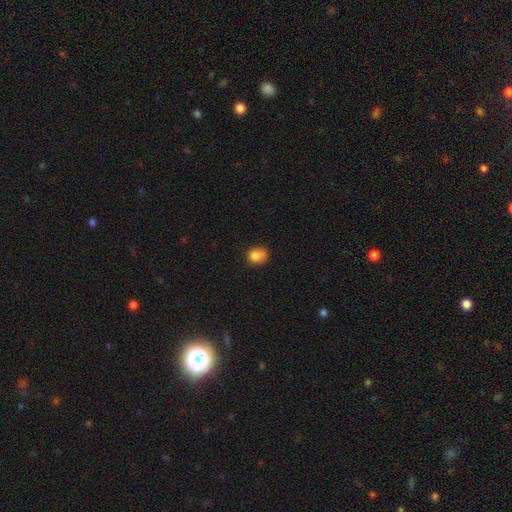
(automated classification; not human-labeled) Overall: smooth (82%). How rounded: round (63%; in between 36%). Merging: none (58%; minor disturbance 30%).